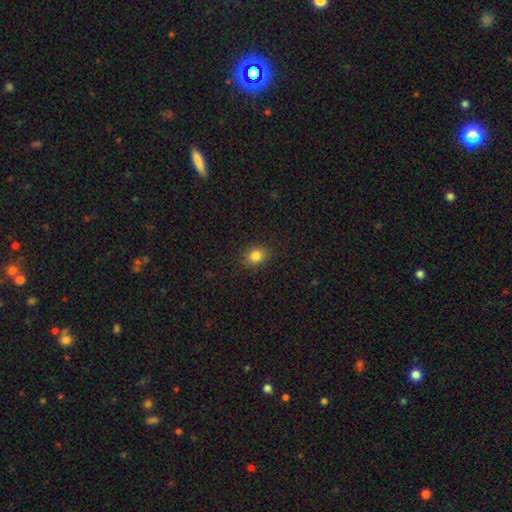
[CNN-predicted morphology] A smooth galaxy with no disk features (83%) that is round (56%). Merging: none (88%).